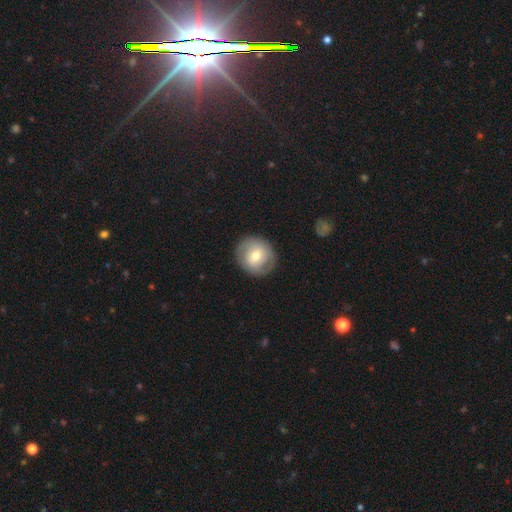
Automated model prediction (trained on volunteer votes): Overall: smooth (53%; featured or disk 40%). How rounded: round (85%). Merging: none (85%).